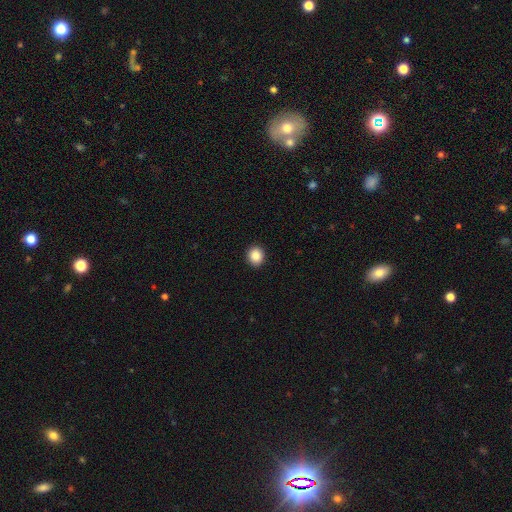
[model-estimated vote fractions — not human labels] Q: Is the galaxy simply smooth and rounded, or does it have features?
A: smooth — 88%.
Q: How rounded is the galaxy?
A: round — 80%.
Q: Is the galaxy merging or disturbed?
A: none — 92%.